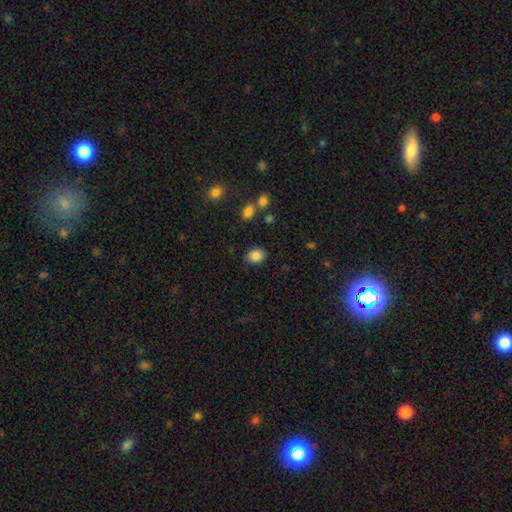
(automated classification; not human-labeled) smooth_or_featured: smooth (p=0.86) [alt: star or artifact p=0.09]
how_rounded: in between (p=0.53) [alt: round p=0.46]
merging: none (p=0.84) [alt: minor disturbance p=0.11]